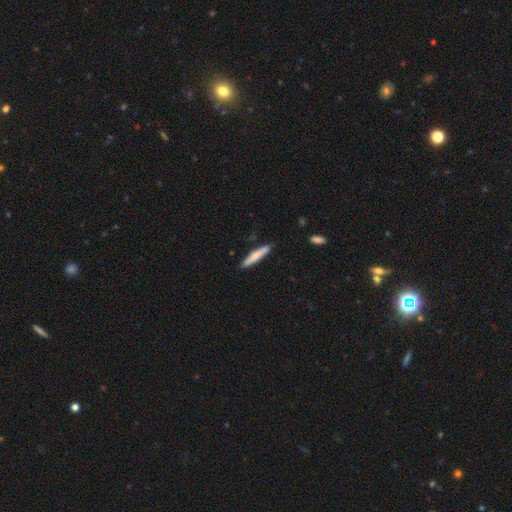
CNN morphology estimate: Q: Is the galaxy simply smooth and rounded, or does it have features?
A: smooth — 68%.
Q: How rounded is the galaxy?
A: cigar-shaped — 92%.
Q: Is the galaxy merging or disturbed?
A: none — 88%.